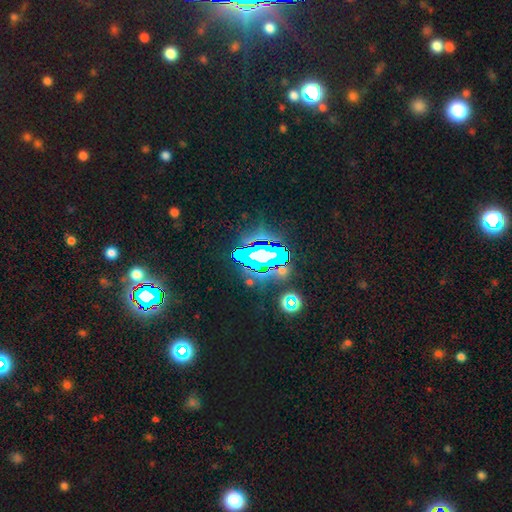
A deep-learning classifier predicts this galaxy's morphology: smooth_or_featured: star or artifact (p=0.68) [alt: featured or disk p=0.17]